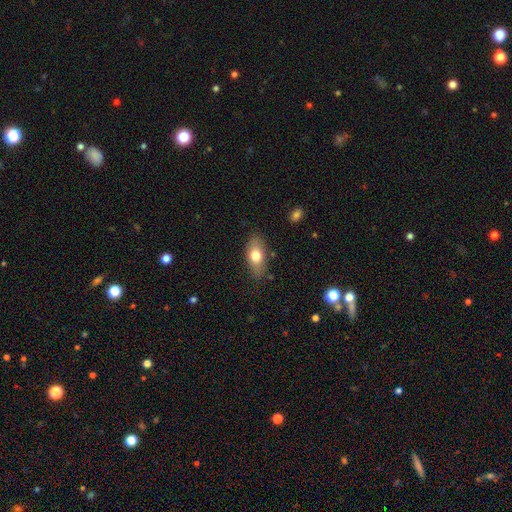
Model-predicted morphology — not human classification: This appears to be a smooth galaxy with no disk features (73%) that is in between round and cigar-shaped (84%). Merging: none (79%).